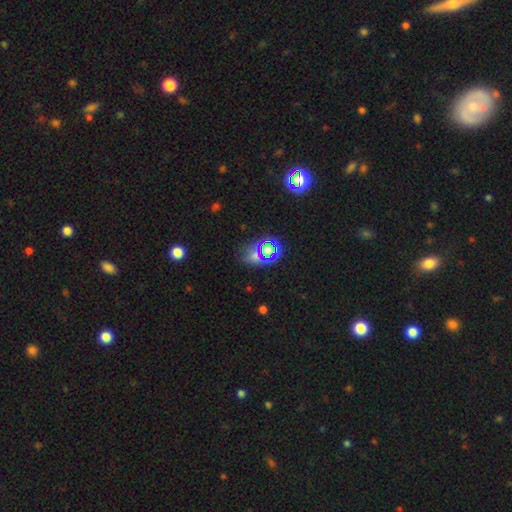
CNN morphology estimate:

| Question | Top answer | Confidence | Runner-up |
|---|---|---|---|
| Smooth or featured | star or artifact | 52% | smooth (37%) |